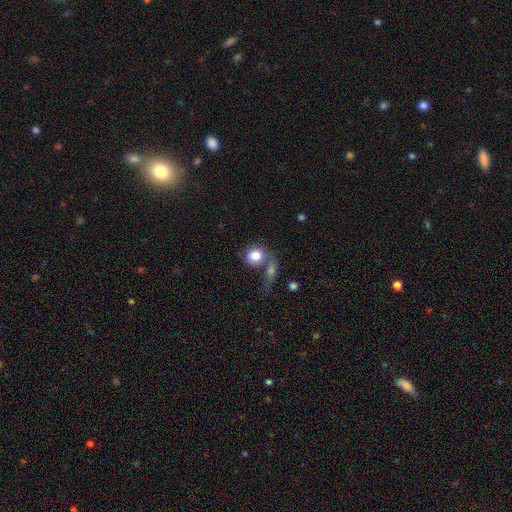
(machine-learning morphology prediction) Smooth or featured? Predicted: smooth (p=0.80). How rounded? Predicted: round (p=0.73). Merging? Predicted: none (p=0.40).